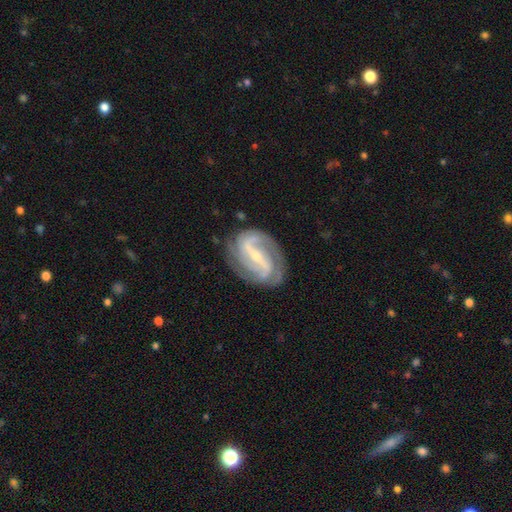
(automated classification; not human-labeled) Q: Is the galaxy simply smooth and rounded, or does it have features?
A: featured or disk — 90%.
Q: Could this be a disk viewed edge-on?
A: no — 96%.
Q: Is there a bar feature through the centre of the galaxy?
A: strong — 59%.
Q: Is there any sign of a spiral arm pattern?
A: yes — 97%.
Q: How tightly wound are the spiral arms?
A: medium — 45%.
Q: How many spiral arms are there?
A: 2 — 63%.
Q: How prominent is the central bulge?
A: small — 67%.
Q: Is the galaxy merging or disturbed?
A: none — 78%.